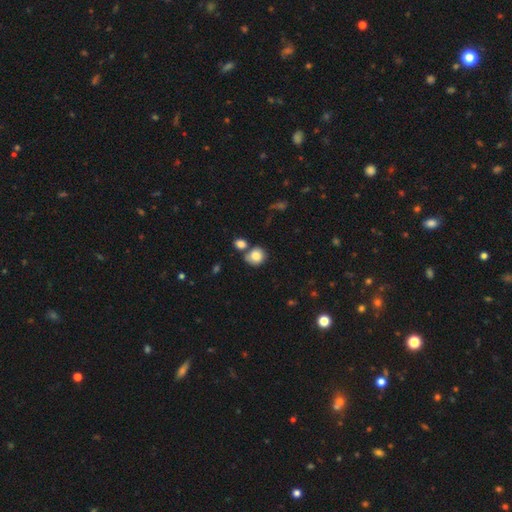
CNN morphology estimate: This appears to be a smooth galaxy with no disk features (82%) that is round (80%). Merging: none (54%).